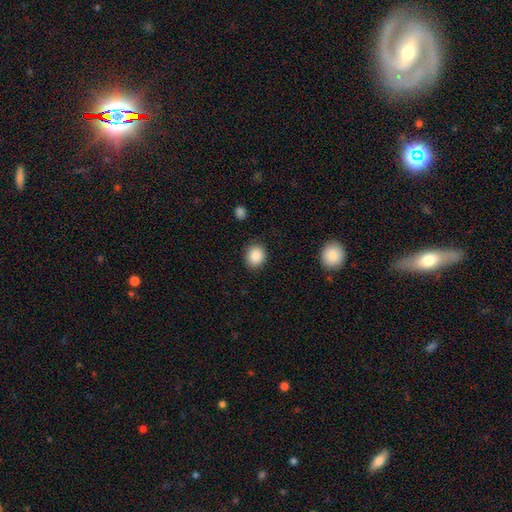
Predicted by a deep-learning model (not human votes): The model was most divided on "how rounded": round: 74%, in between: 25%, cigar-shaped: 1%. More confident: smooth or featured — smooth (88%); merging — none (87%).